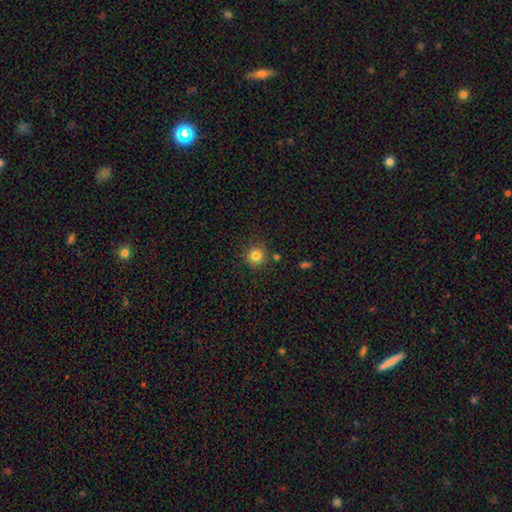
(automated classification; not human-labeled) Overall: smooth (81%). How rounded: round (92%). Merging: none (84%).